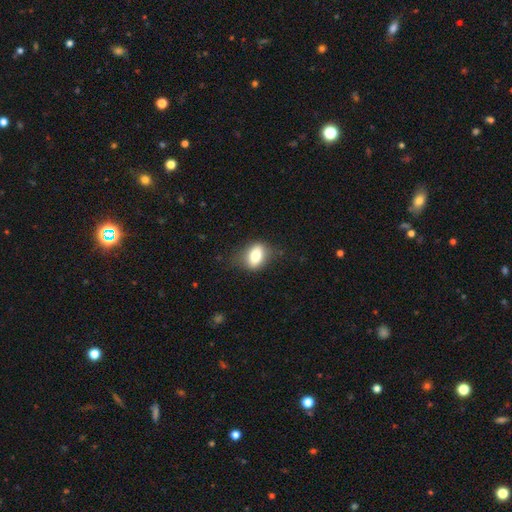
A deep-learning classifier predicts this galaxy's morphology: type=smooth (76%); roundness=in between (77%); merging=none (72%).